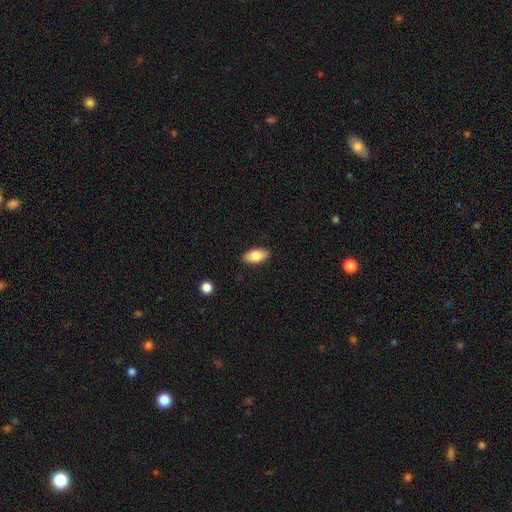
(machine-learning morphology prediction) Smooth or featured?
  - smooth: 81% *
  - featured or disk: 12%
  - star or artifact: 7%
How rounded?
  - in between: 92% *
  - cigar-shaped: 5%
  - round: 3%
Merging?
  - none: 88% *
  - minor disturbance: 9%
  - major disturbance: 2%
  - merger: 1%